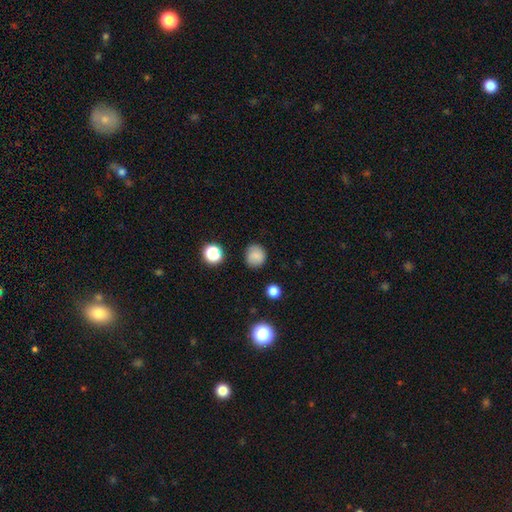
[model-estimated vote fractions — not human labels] Smooth or featured? smooth (80%)
How rounded? round (86%)
Merging? none (81%)